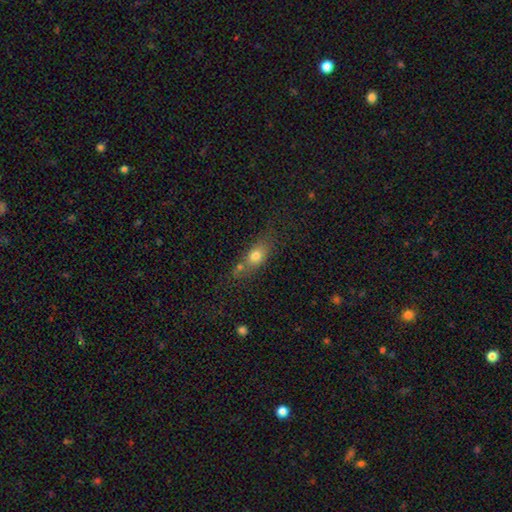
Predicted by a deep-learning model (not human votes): Morphology: type=smooth (71%); roundness=in between (66%); merging=none (48%).